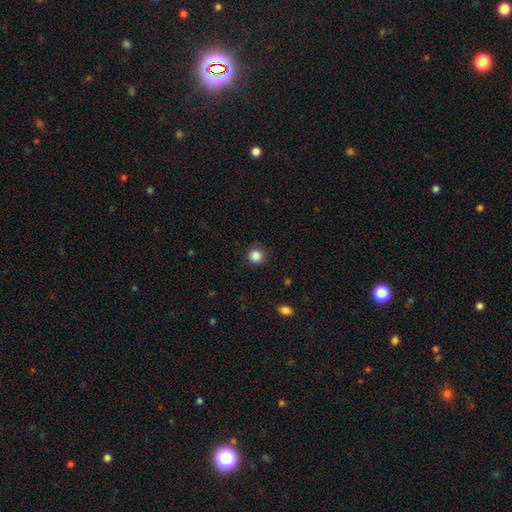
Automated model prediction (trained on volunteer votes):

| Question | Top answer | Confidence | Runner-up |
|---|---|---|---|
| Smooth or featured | smooth | 86% | star or artifact (11%) |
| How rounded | round | 92% | in between (7%) |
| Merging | none | 88% | minor disturbance (9%) |